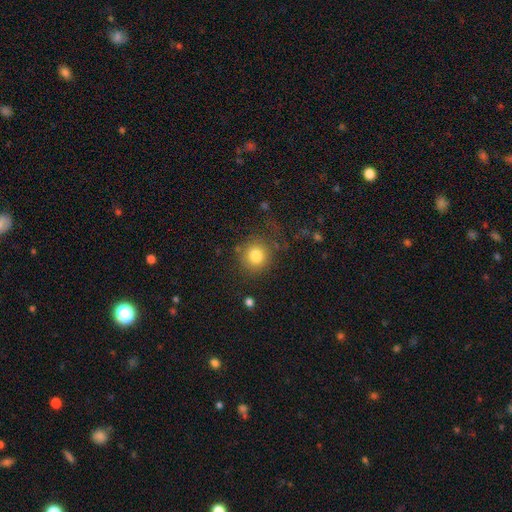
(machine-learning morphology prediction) Q: Smooth or featured?
A: smooth (82%); runner-up: star or artifact (10%)
Q: How rounded?
A: round (90%); runner-up: in between (9%)
Q: Merging?
A: none (76%); runner-up: minor disturbance (13%)